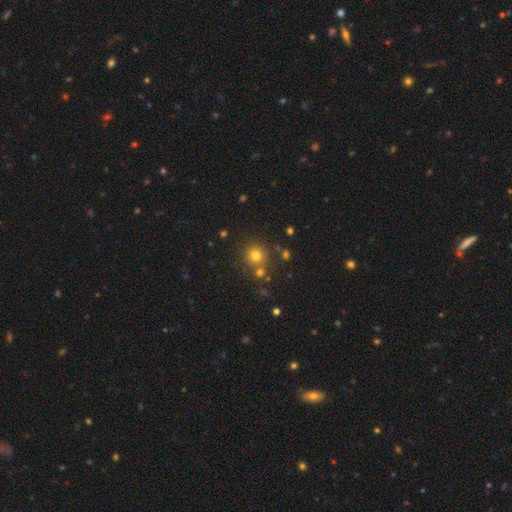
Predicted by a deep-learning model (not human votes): This is likely a smooth galaxy (74%). How rounded: clearly round (93%). Merging: likely none (76%).